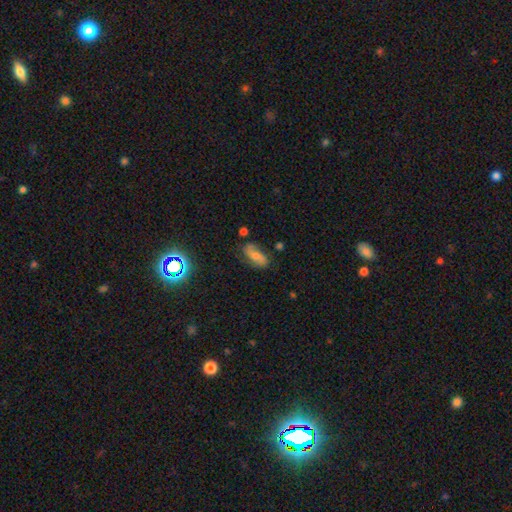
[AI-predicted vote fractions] This is possibly a featured or disk galaxy (46%). Merging: likely none (69%).